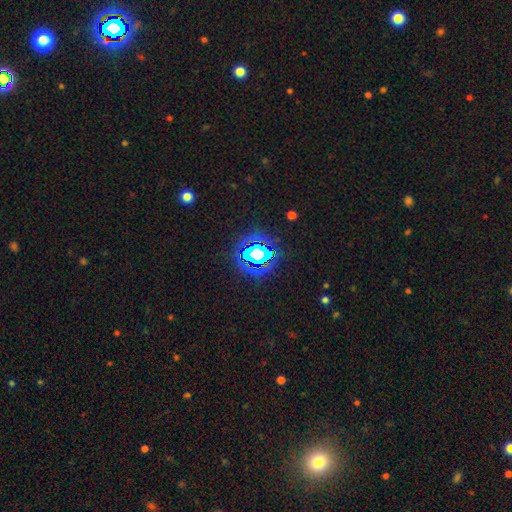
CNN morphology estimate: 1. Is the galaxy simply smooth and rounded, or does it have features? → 68% star or artifact, 18% smooth, 14% featured or disk.